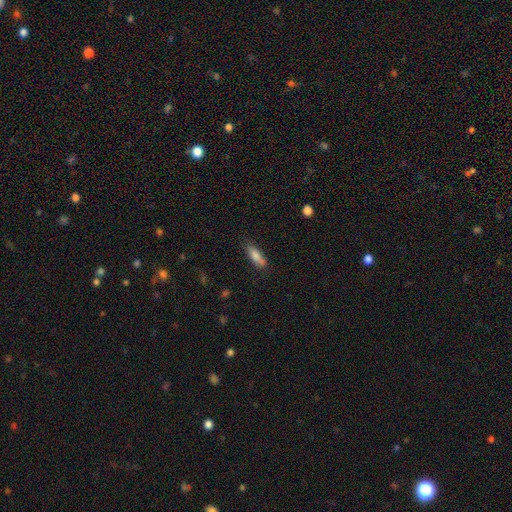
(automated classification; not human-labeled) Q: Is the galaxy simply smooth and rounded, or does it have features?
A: smooth — 80%.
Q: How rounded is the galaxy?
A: in between — 57%.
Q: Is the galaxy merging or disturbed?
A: none — 71%.